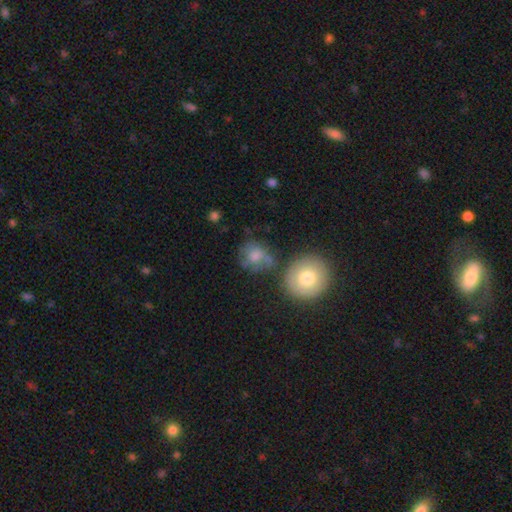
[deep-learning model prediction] A smooth galaxy with no disk features (68%) that is round (75%). Merging: none (47%).